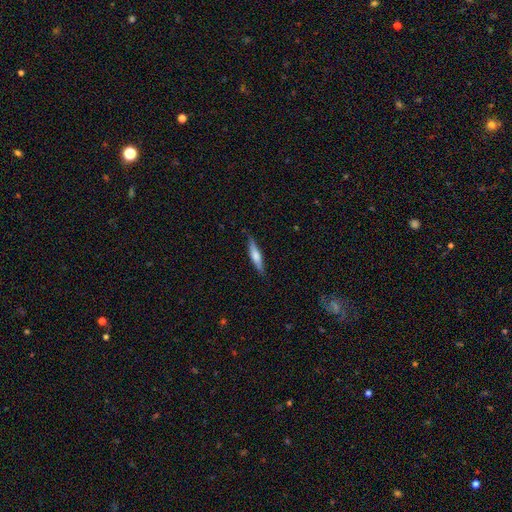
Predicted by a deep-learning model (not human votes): Smooth or featured? Predicted: smooth (p=0.58). How rounded? Predicted: cigar-shaped (p=0.84). Merging? Predicted: none (p=0.85).